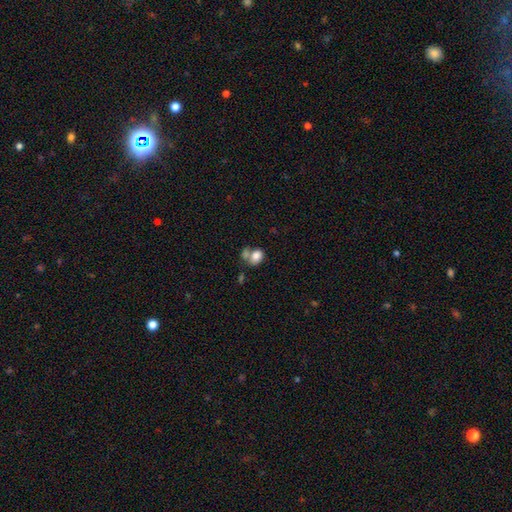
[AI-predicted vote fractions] smooth-or-featured: smooth: 79% | featured or disk: 12% | star or artifact: 9%
  how-rounded: in between: 61% | round: 38% | cigar-shaped: 1%
  merging: merger: 44% | none: 34% | minor disturbance: 13% | major disturbance: 8%